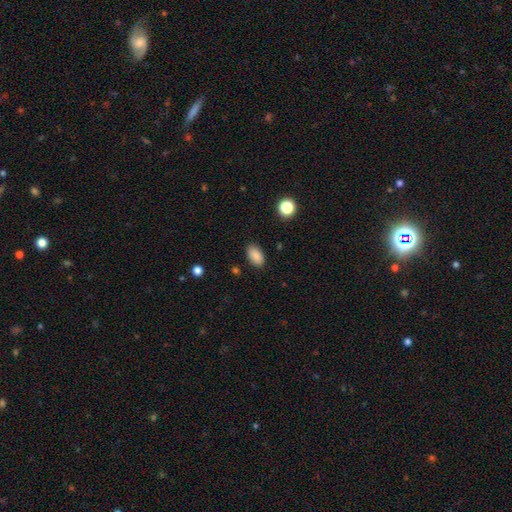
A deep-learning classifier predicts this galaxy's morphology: type=smooth (87%); roundness=in between (92%); merging=none (87%).